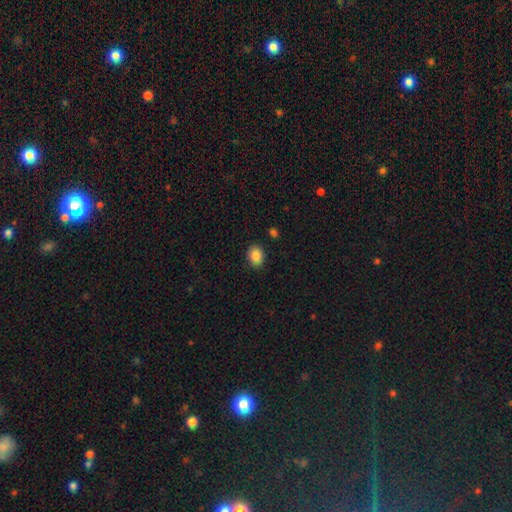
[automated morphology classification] The model was most divided on "how rounded": in between: 61%, round: 38%, cigar-shaped: 1%. More confident: merging — none (87%); smooth or featured — smooth (87%).